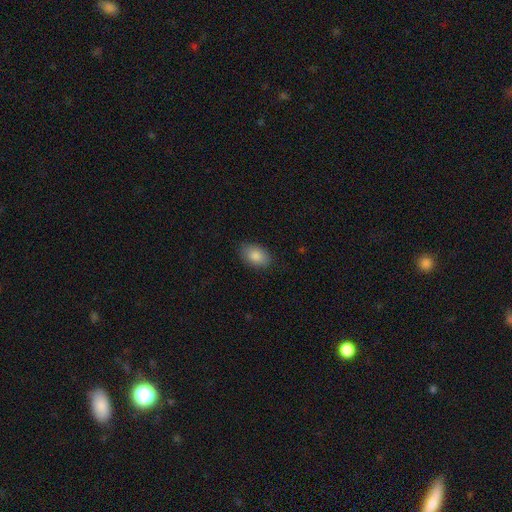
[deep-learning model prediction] Q: Smooth or featured?
A: smooth (85%); runner-up: star or artifact (7%)
Q: How rounded?
A: in between (91%); runner-up: round (8%)
Q: Merging?
A: none (84%); runner-up: minor disturbance (12%)